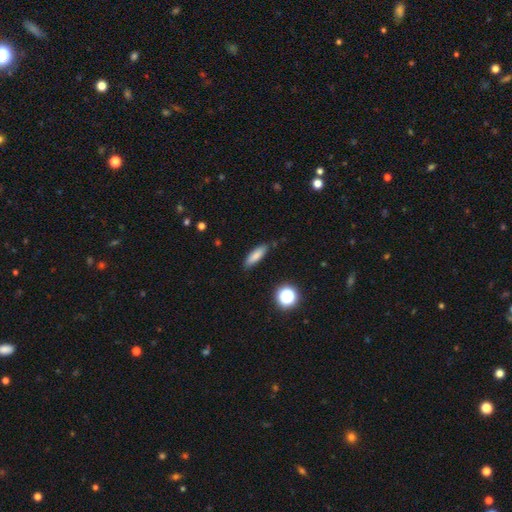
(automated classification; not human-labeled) Q: Smooth or featured?
A: smooth (80%); runner-up: featured or disk (10%)
Q: How rounded?
A: cigar-shaped (54%); runner-up: in between (43%)
Q: Merging?
A: none (85%); runner-up: minor disturbance (11%)